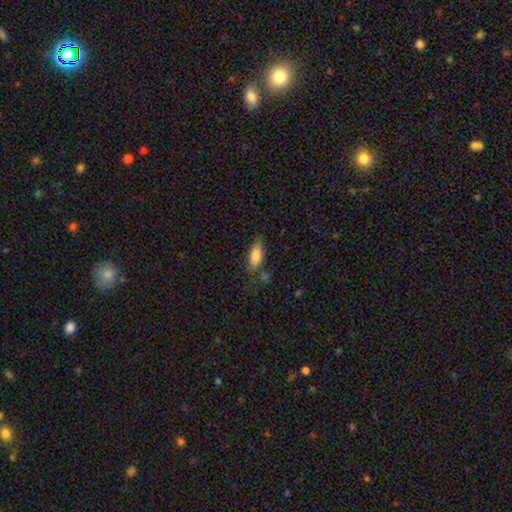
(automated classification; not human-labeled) A smooth galaxy with no disk features (81%) that is in between round and cigar-shaped (82%). Merging: none (66%).